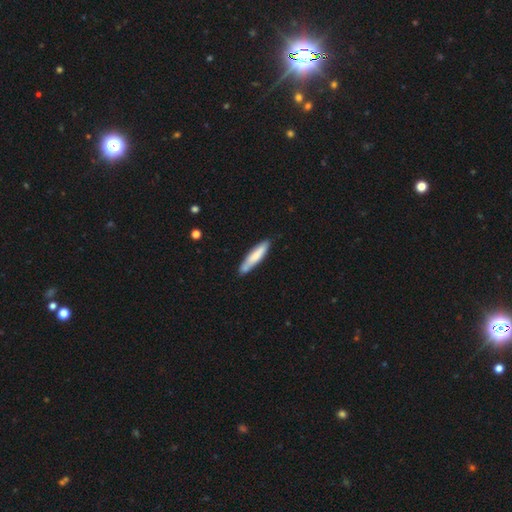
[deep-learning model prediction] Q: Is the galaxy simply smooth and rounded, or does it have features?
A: smooth — 73%.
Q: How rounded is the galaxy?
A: cigar-shaped — 84%.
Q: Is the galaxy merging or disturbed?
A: none — 78%.